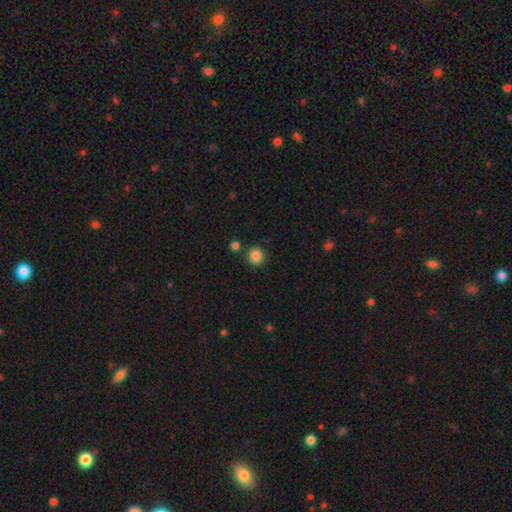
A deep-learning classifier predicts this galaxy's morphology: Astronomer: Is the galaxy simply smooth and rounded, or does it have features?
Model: smooth — 85%.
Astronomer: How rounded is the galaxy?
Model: round — 88%.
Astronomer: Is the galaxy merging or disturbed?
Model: none — 82%.